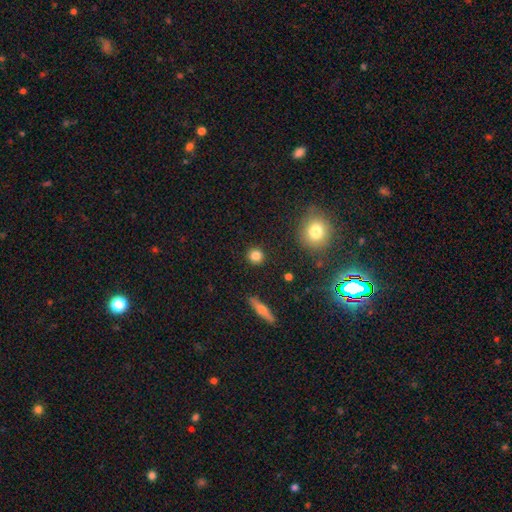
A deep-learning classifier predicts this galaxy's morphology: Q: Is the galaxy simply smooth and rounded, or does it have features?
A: smooth — 83%.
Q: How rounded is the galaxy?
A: round — 92%.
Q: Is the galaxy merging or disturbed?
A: none — 90%.